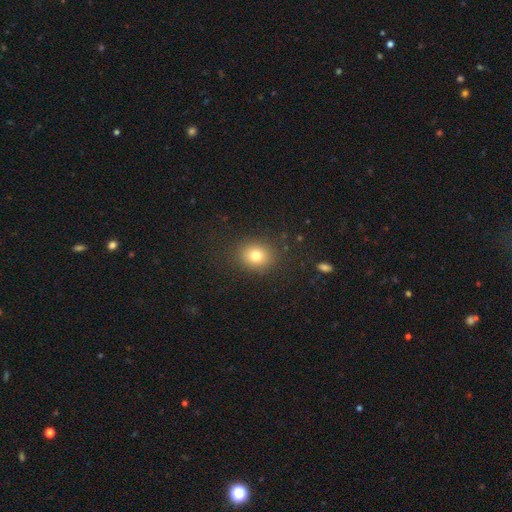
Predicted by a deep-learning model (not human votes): This is likely a smooth galaxy (77%). How rounded: likely round (71%). Merging: clearly none (87%).